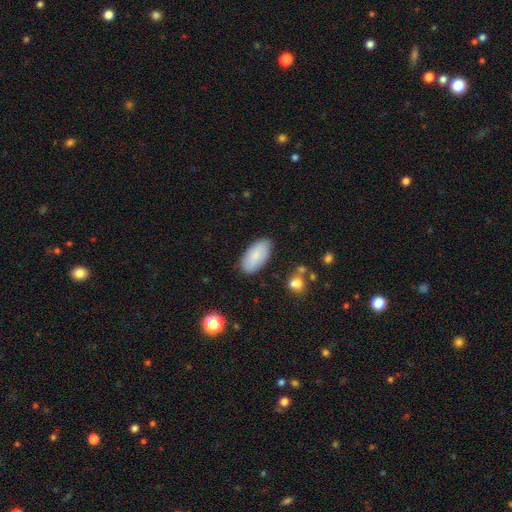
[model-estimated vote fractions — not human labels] This is clearly a smooth galaxy (84%). How rounded: clearly in between (93%). Merging: clearly none (84%).